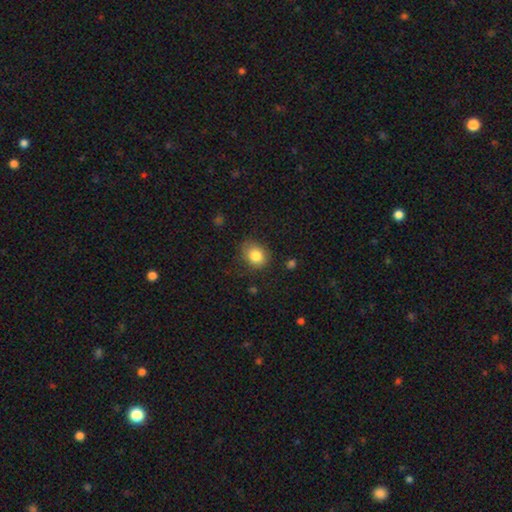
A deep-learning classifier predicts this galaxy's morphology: The model was most divided on "how rounded": round: 53%, in between: 46%, cigar-shaped: 1%. More confident: smooth or featured — smooth (84%); merging — none (74%).